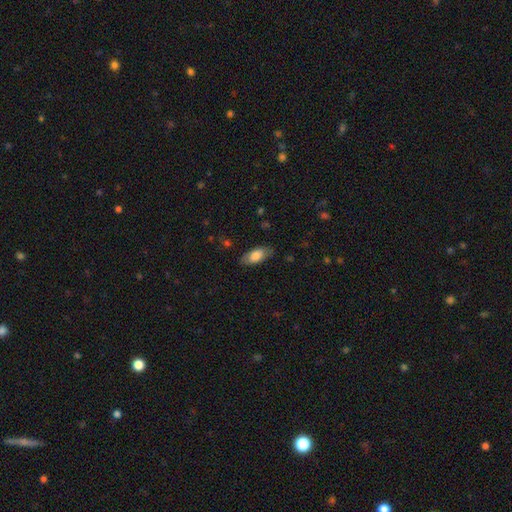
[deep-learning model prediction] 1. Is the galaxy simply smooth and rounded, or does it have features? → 78% smooth, 15% featured or disk, 6% star or artifact.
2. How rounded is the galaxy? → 87% in between, 11% cigar-shaped, 2% round.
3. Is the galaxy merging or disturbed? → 81% none, 15% minor disturbance, 4% major disturbance, 1% merger.